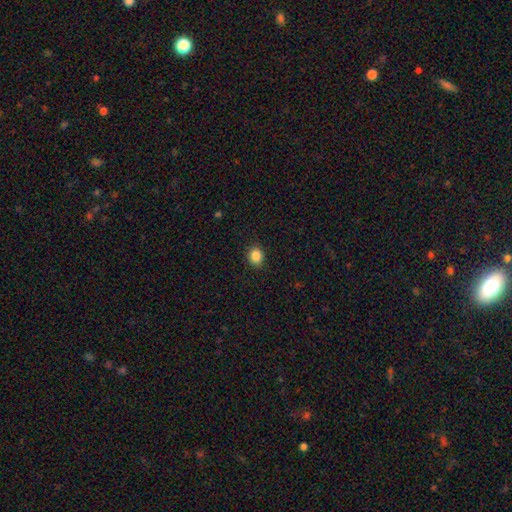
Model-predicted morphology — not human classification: The model was most divided on "how rounded": round: 64%, in between: 35%, cigar-shaped: 1%. More confident: merging — none (90%); smooth or featured — smooth (86%).